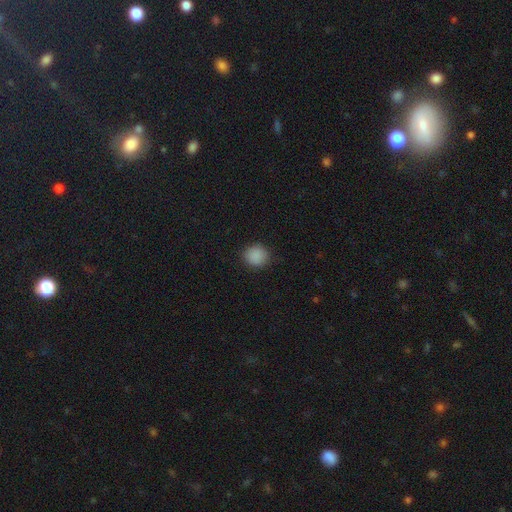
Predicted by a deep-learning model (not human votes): Morphology: type=smooth (88%); roundness=round (88%); merging=none (88%).